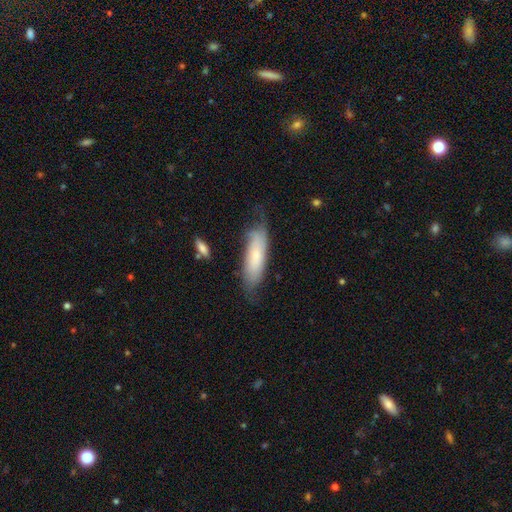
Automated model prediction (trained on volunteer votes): A smooth galaxy with no disk features (58%) that is in between round and cigar-shaped (49%, tied with cigar-shaped). Merging: none (58%).